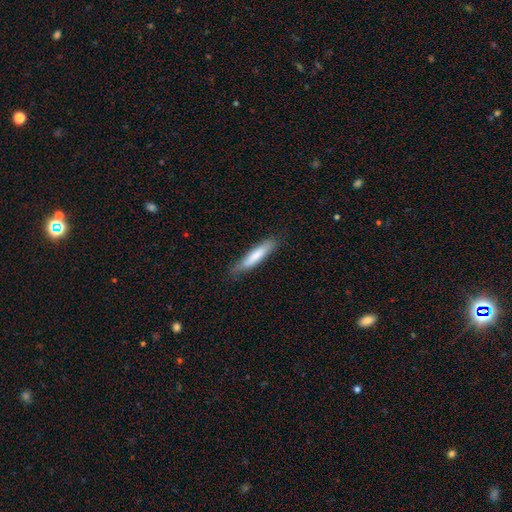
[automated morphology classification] smooth_or_featured: smooth (p=0.75) [alt: featured or disk p=0.20]
how_rounded: cigar-shaped (p=0.84) [alt: in between p=0.14]
merging: none (p=0.76) [alt: minor disturbance p=0.19]